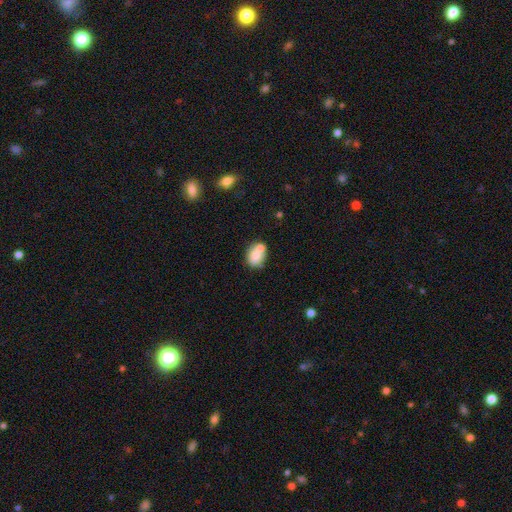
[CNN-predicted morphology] smooth-or-featured: smooth: 74% | featured or disk: 17% | star or artifact: 9%
  how-rounded: in between: 66% | round: 33% | cigar-shaped: 1%
  merging: none: 43% | merger: 36% | minor disturbance: 16% | major disturbance: 6%